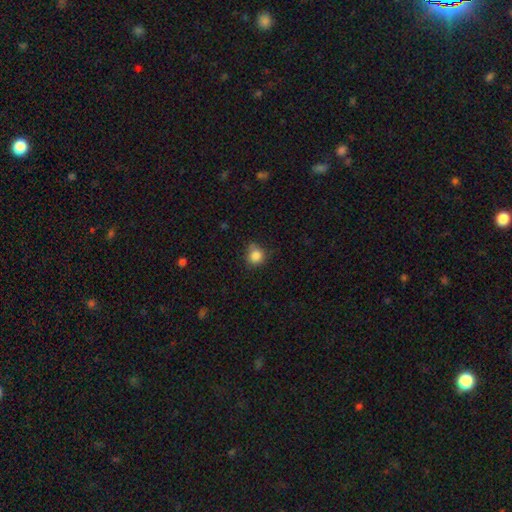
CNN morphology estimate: Q: Smooth or featured?
A: smooth (84%); runner-up: star or artifact (11%)
Q: How rounded?
A: round (85%); runner-up: in between (14%)
Q: Merging?
A: none (68%); runner-up: minor disturbance (24%)